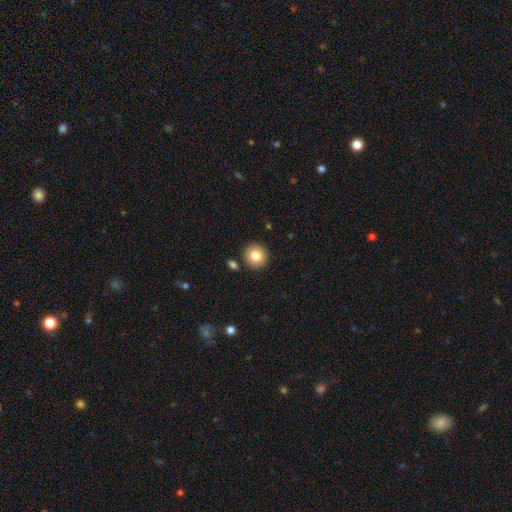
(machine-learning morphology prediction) A smooth galaxy with no disk features (82%) that is round (94%). Merging: none (88%).